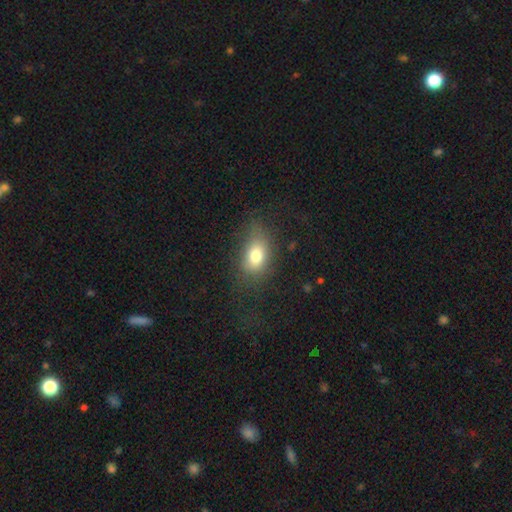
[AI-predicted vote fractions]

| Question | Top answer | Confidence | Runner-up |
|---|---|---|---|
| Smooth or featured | smooth | 76% | featured or disk (12%) |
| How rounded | in between | 76% | round (22%) |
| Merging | none | 66% | minor disturbance (20%) |